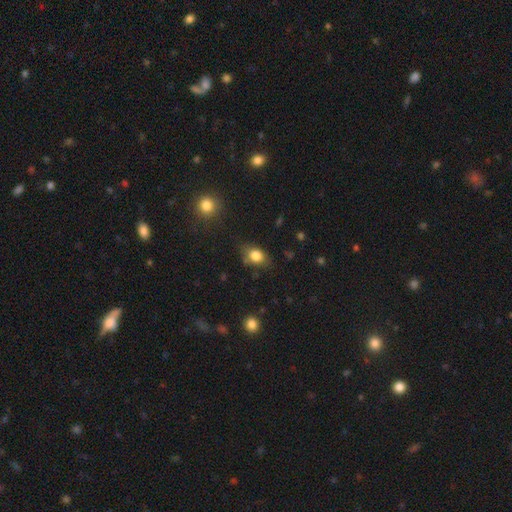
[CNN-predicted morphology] The model was most divided on "how rounded": in between: 69%, round: 29%, cigar-shaped: 2%. More confident: smooth or featured — smooth (81%); merging — none (68%).